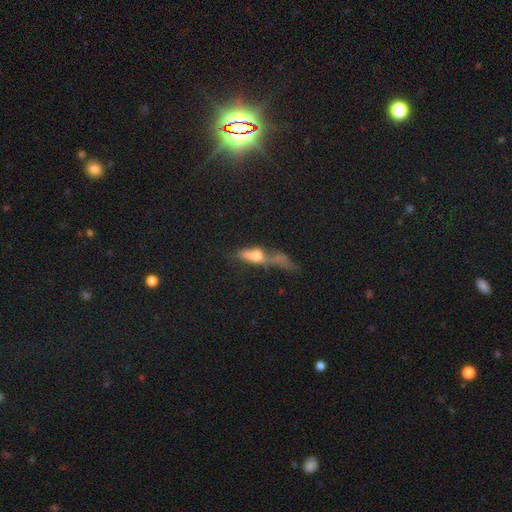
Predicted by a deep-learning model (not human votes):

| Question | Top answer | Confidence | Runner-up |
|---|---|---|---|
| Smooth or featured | smooth | 44% | featured or disk (41%) |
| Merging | major disturbance | 40% | merger (22%) |